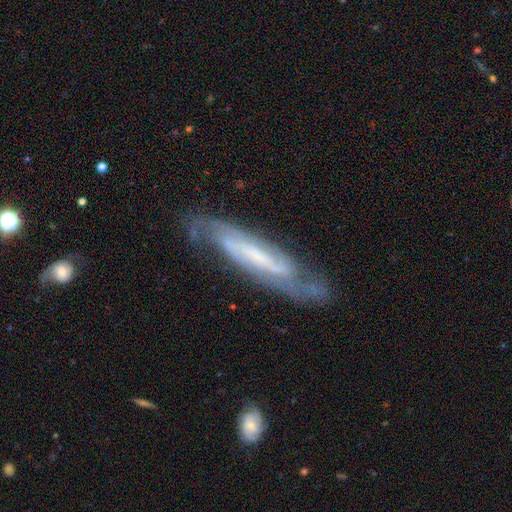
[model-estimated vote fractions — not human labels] Smooth or featured? featured or disk (80%)
Edge-on disk? no (69%)
Bar? strong (39%)
Spiral arms? yes (93%)
Spiral winding? medium (43%)
Spiral arm count? 2 (67%)
Bulge size? small (44%)
Merging? none (72%)